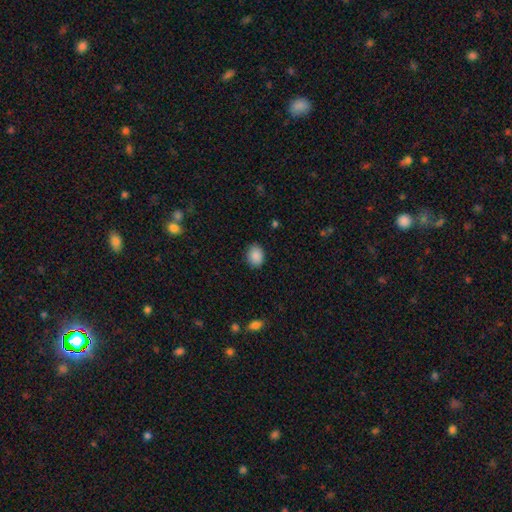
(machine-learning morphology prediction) Smooth or featured?
  - smooth: 89% *
  - star or artifact: 8%
  - featured or disk: 3%
How rounded?
  - in between: 53% *
  - round: 46%
  - cigar-shaped: 1%
Merging?
  - none: 87% *
  - minor disturbance: 10%
  - major disturbance: 2%
  - merger: 1%